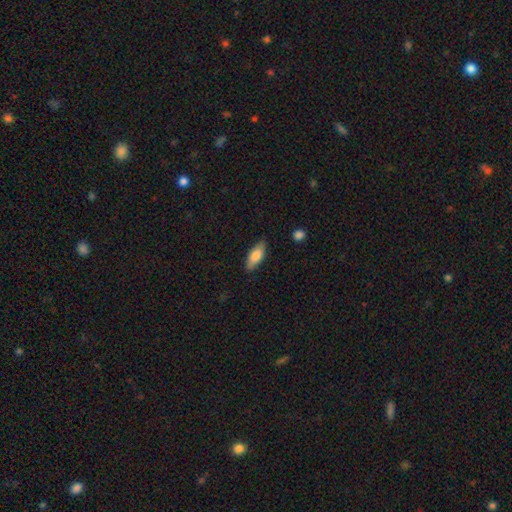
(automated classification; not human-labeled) smooth 77%, featured or disk 17%, star or artifact 6%. Down the decision tree: how rounded — in between (75%); merging — none (83%).